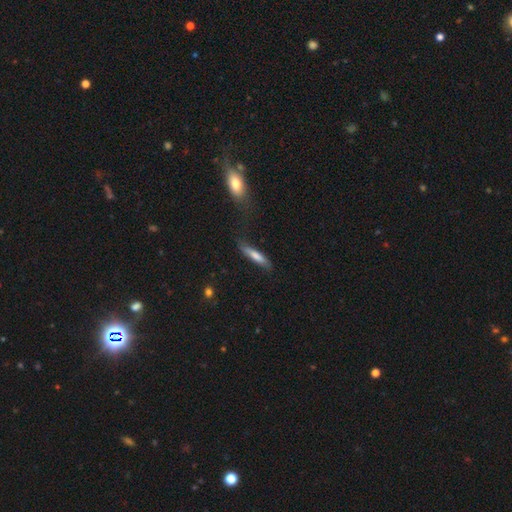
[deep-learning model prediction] Smooth or featured? Predicted: smooth (p=0.66). How rounded? Predicted: cigar-shaped (p=0.83). Merging? Predicted: none (p=0.65).